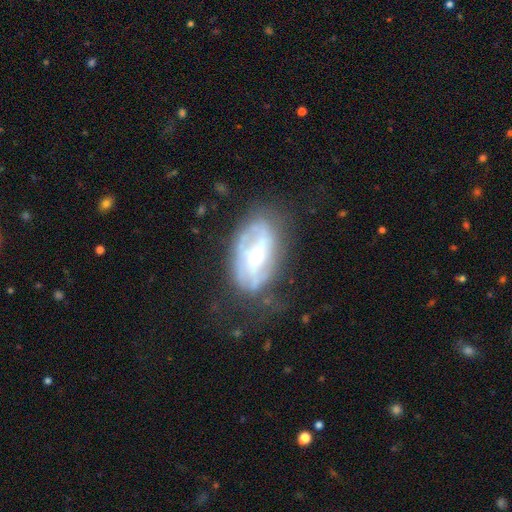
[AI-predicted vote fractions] The model was most divided on "bulge size": small: 56%, moderate: 37%, large: 3%, none: 2%, dominant: 1%. More confident: edge-on disk — no (94%); smooth or featured — featured or disk (72%); spiral arms — yes (71%); bar — no (57%); merging — none (54%).